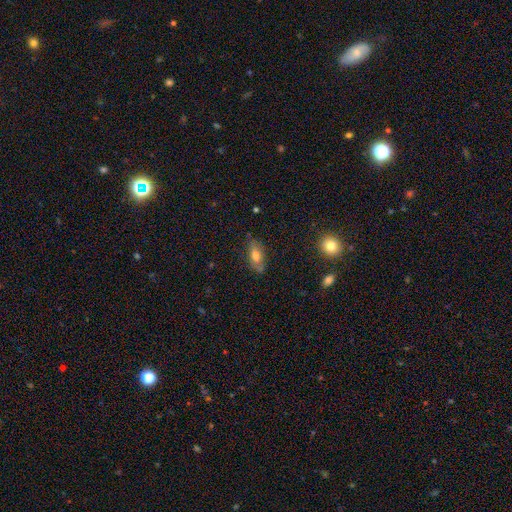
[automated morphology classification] This is likely a smooth galaxy (68%). How rounded: clearly in between (81%). Merging: likely none (77%).